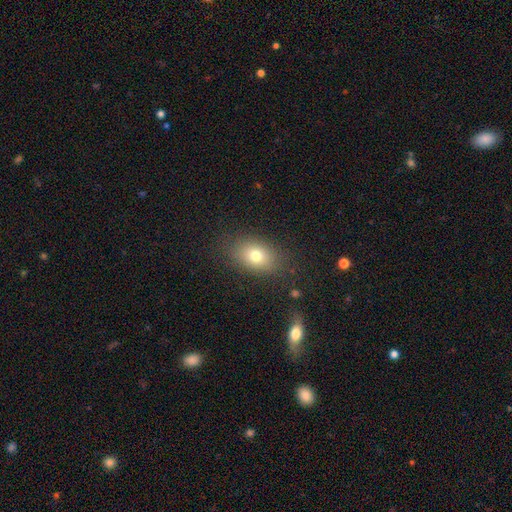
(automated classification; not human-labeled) The model was most divided on "how rounded": in between: 74%, round: 25%, cigar-shaped: 1%. More confident: merging — none (83%); smooth or featured — smooth (75%).